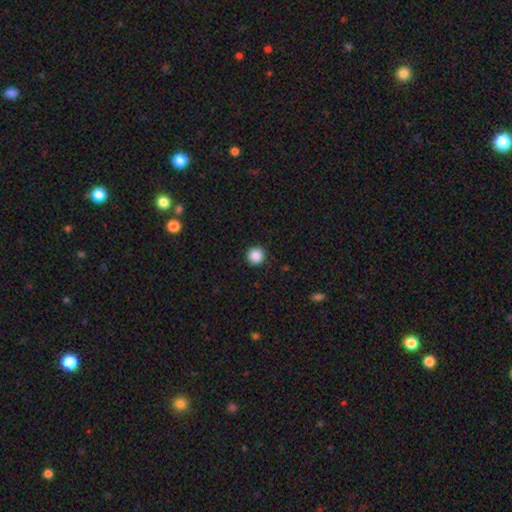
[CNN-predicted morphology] smooth-or-featured: smooth: 87% | star or artifact: 10% | featured or disk: 3%
  how-rounded: round: 96% | in between: 3% | cigar-shaped: 1%
  merging: none: 93% | minor disturbance: 5% | major disturbance: 2% | merger: 1%